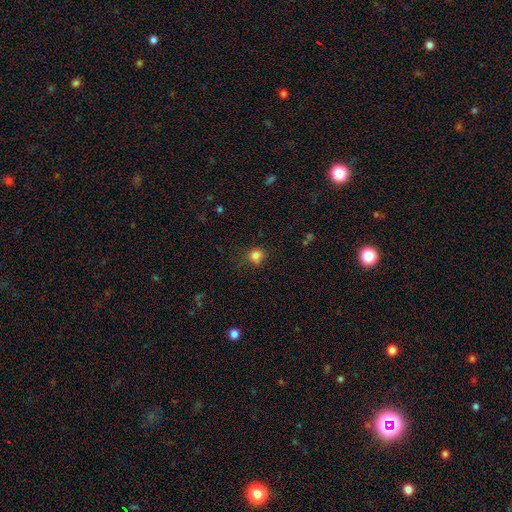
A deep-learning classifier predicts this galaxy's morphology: This is clearly a smooth galaxy (83%). How rounded: clearly round (85%). Merging: likely none (79%).